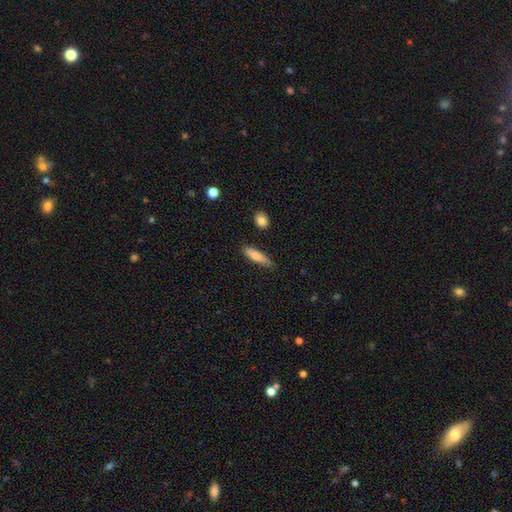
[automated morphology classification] Smooth or featured: smooth — 75% (featured or disk — 19%)
How rounded: cigar-shaped — 72% (in between — 26%)
Merging: none — 74% (minor disturbance — 20%)